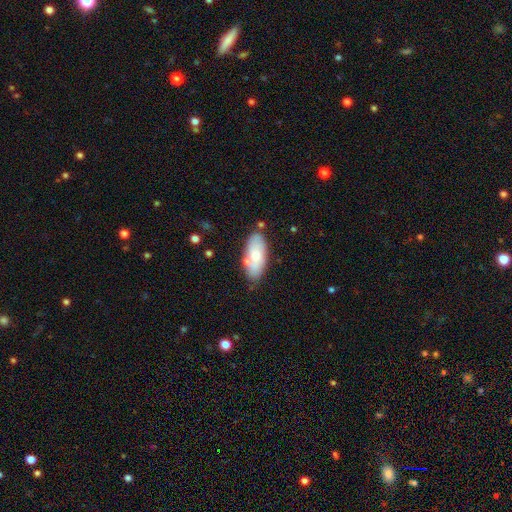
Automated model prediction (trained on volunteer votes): Smooth or featured?
  - smooth: 69% *
  - featured or disk: 25%
  - star or artifact: 6%
How rounded?
  - in between: 88% *
  - cigar-shaped: 10%
  - round: 2%
Merging?
  - none: 70% *
  - minor disturbance: 18%
  - merger: 8%
  - major disturbance: 4%